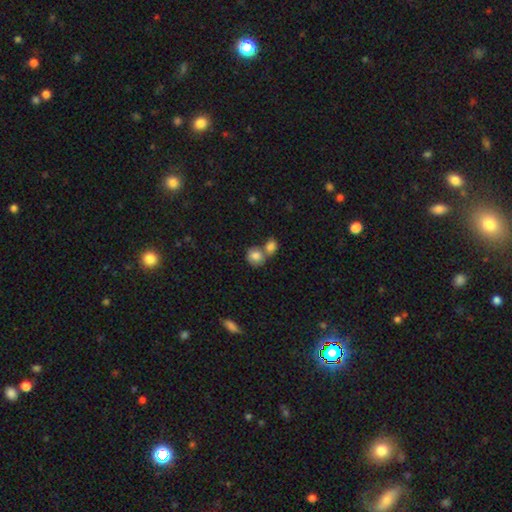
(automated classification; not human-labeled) Smooth or featured? Predicted: smooth (p=0.82). How rounded? Predicted: round (p=0.71). Merging? Predicted: merger (p=0.52).